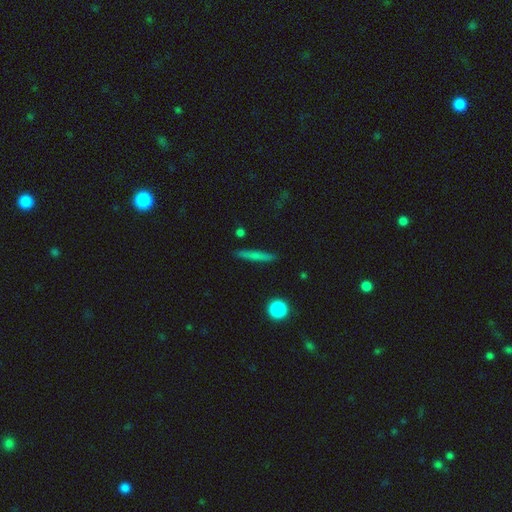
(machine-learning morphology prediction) type=smooth (66%); roundness=cigar-shaped (92%); merging=none (88%).